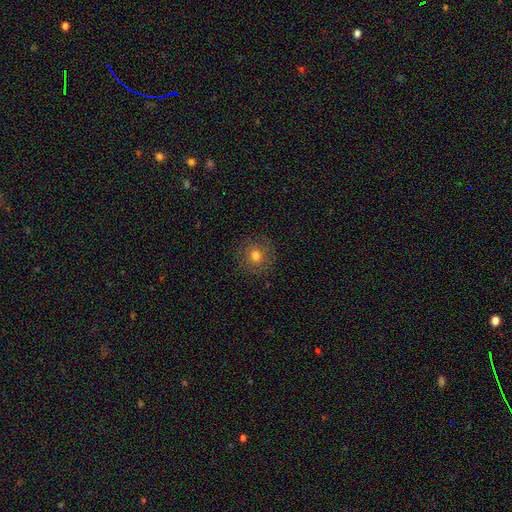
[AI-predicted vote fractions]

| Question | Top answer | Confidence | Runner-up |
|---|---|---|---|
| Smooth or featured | smooth | 72% | featured or disk (15%) |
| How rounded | round | 90% | in between (9%) |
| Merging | none | 86% | minor disturbance (9%) |